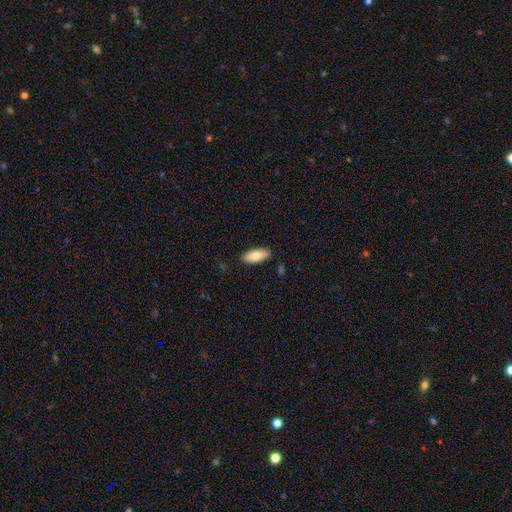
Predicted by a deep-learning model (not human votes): This appears to be a smooth galaxy with no disk features (79%) that is in between round and cigar-shaped (83%). Merging: none (88%).